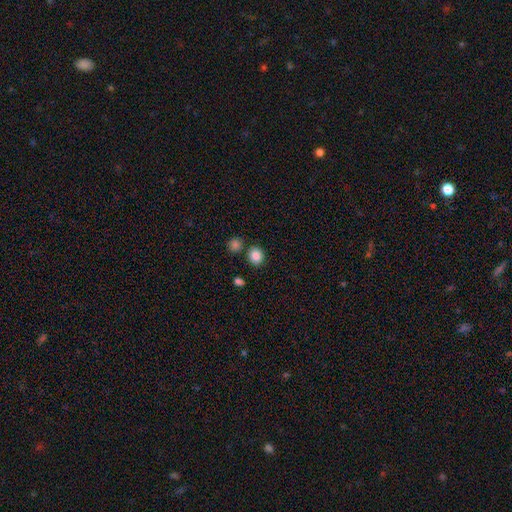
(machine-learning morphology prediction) Smooth or featured: smooth — 86% (star or artifact — 9%)
How rounded: round — 75% (in between — 24%)
Merging: none — 80% (minor disturbance — 9%)